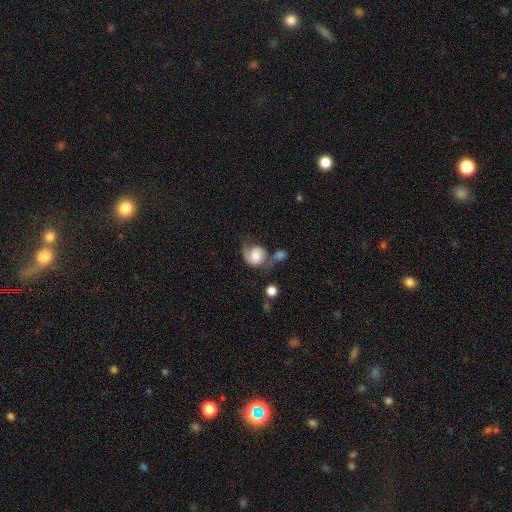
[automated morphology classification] This is possibly a smooth galaxy (51%). How rounded: likely round (70%). Merging: marginally none (32%).